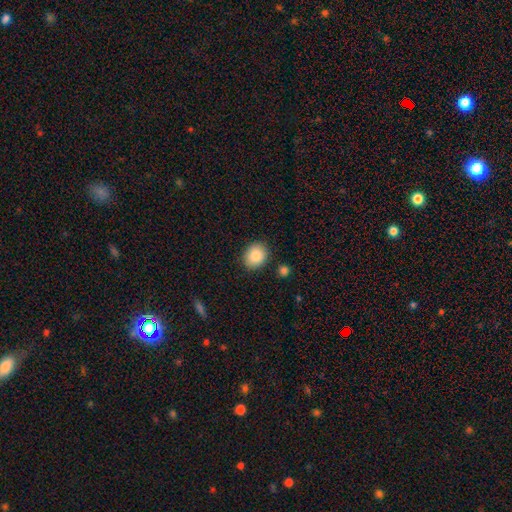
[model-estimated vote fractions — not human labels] Q: Smooth or featured?
A: smooth (87%); runner-up: star or artifact (8%)
Q: How rounded?
A: round (62%); runner-up: in between (37%)
Q: Merging?
A: none (86%); runner-up: minor disturbance (9%)